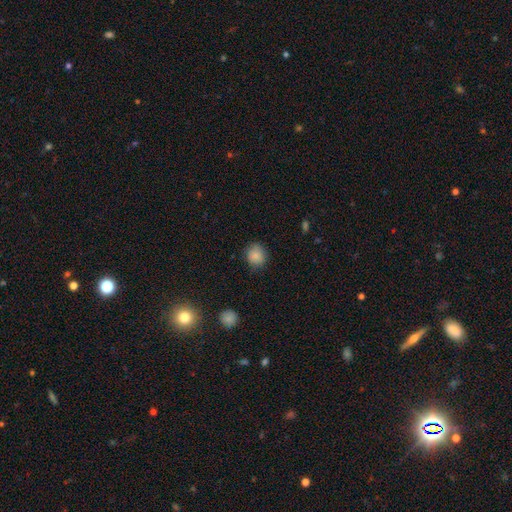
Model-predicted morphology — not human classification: This is clearly a smooth galaxy (86%). How rounded: clearly round (81%). Merging: clearly none (82%).